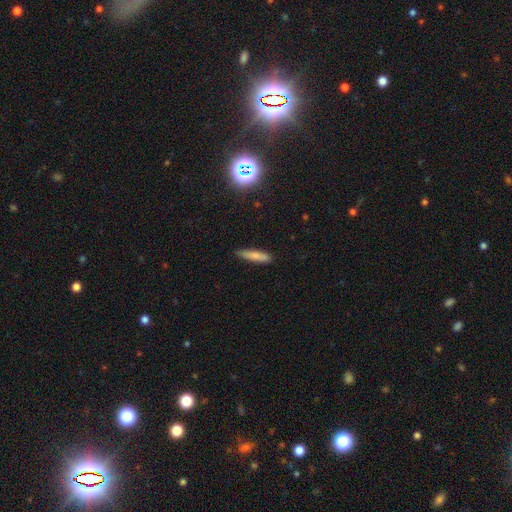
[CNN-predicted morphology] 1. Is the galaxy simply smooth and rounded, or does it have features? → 79% smooth, 13% featured or disk, 8% star or artifact.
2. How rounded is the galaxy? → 81% cigar-shaped, 17% in between, 2% round.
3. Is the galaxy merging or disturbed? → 81% none, 15% minor disturbance, 2% major disturbance, 1% merger.